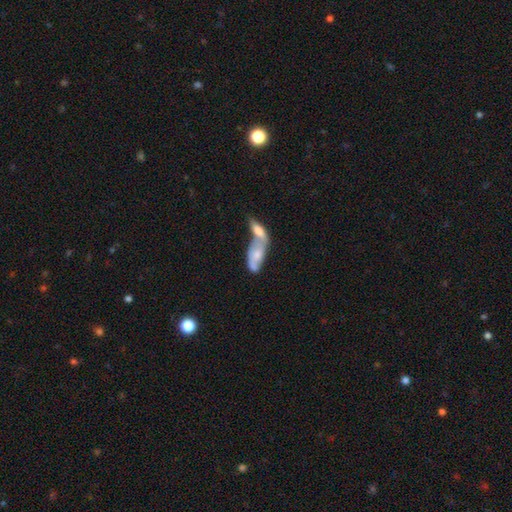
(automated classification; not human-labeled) This appears to be a smooth galaxy with no disk features (49%). Merging: merger (72%).